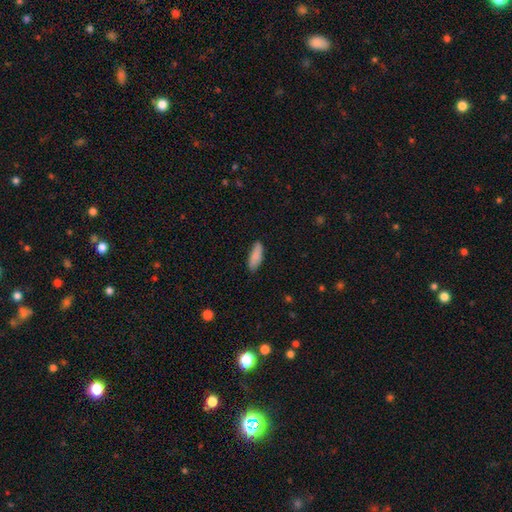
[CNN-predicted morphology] A smooth galaxy with no disk features (87%) that is in between round and cigar-shaped (59%). Merging: none (82%).